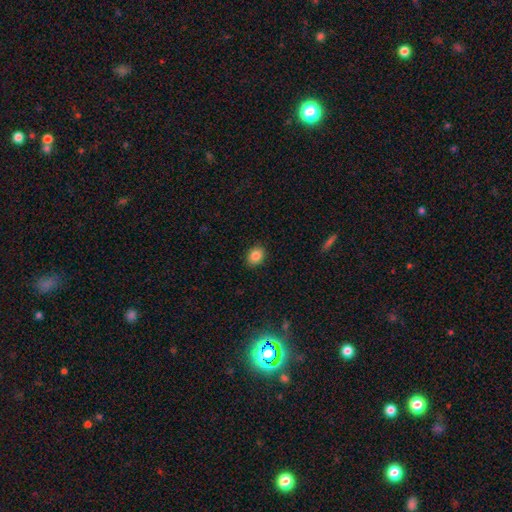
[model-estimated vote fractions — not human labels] A smooth galaxy with no disk features (86%) that is in between round and cigar-shaped (51%). Merging: none (89%).